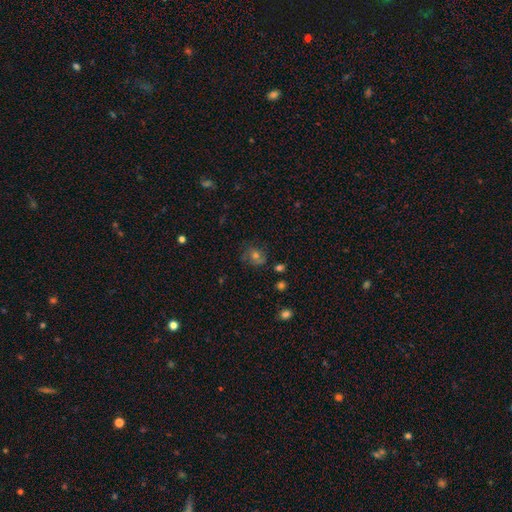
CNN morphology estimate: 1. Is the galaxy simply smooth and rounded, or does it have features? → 45% smooth, 33% featured or disk, 22% star or artifact.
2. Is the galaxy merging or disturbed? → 73% none, 17% minor disturbance, 7% major disturbance, 3% merger.